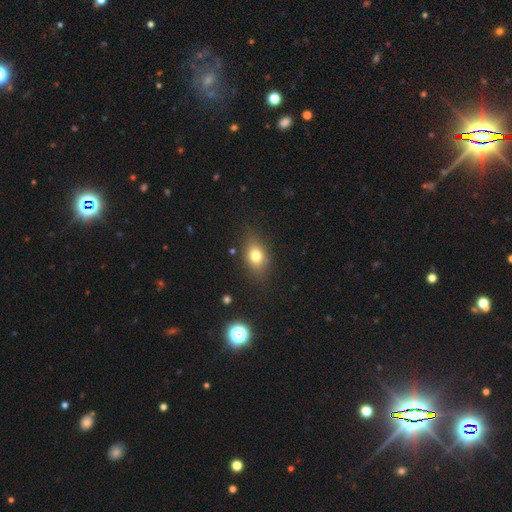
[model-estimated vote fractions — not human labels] Morphology: type=smooth (73%); roundness=in between (69%); merging=none (78%).